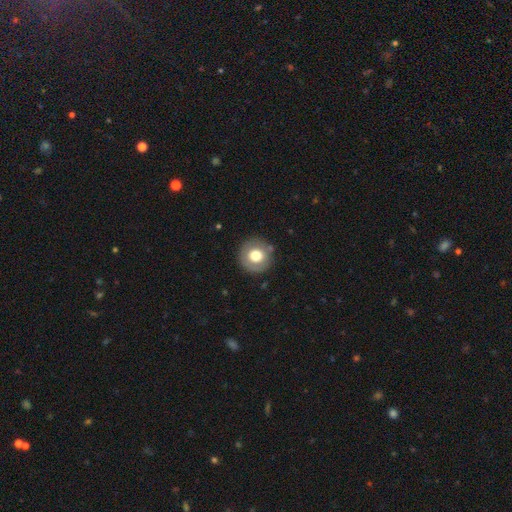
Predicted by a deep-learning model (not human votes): This appears to be a smooth galaxy with no disk features (68%) that is round (94%). Merging: none (84%).